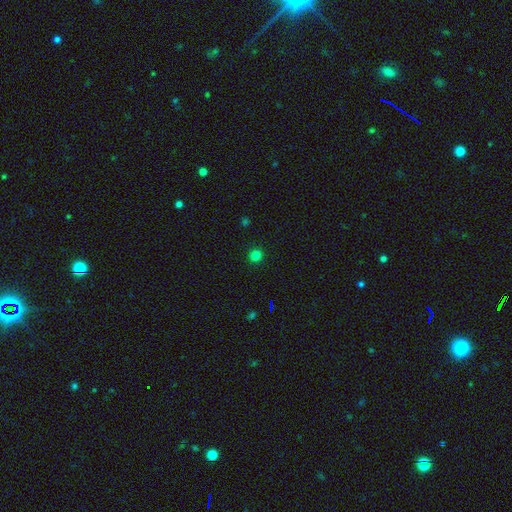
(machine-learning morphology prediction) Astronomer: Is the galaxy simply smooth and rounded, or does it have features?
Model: smooth — 81%.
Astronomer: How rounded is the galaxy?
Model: round — 94%.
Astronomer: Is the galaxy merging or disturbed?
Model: none — 93%.